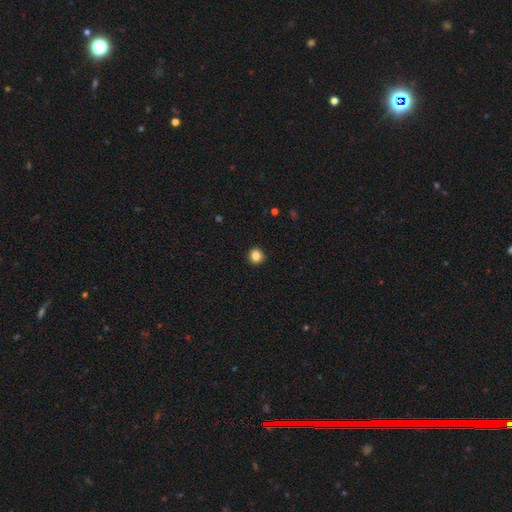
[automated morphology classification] type=smooth (84%); roundness=round (92%); merging=none (92%).